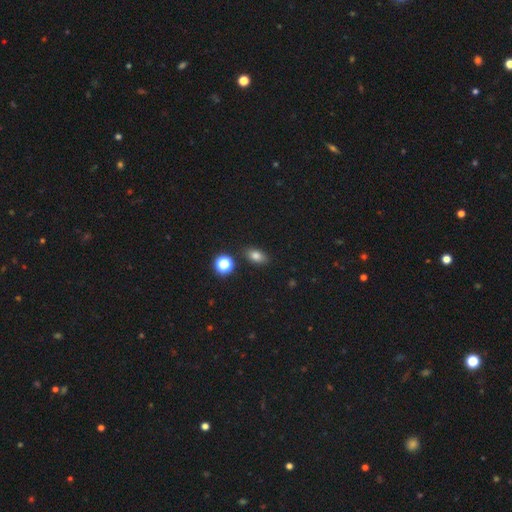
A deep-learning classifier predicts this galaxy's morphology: type=smooth (78%); roundness=in between (81%); merging=none (84%).